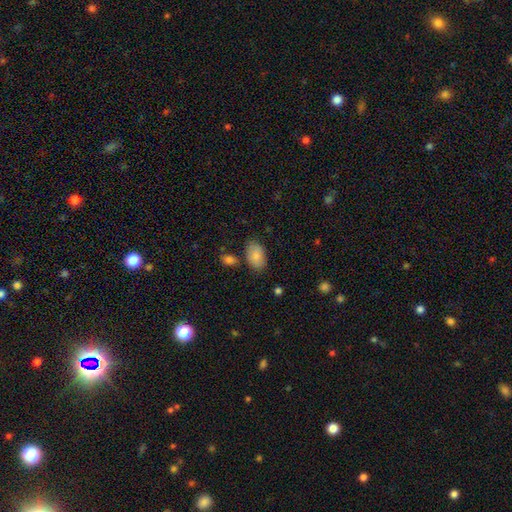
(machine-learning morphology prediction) This is clearly a smooth galaxy (85%). How rounded: clearly in between (92%). Merging: likely none (75%).